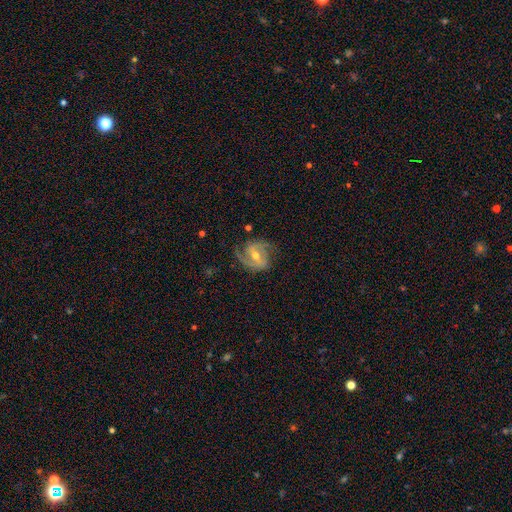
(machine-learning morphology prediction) The model was most divided on "bar": weak: 43%, strong: 30%, no: 26%. Remaining: edge-on disk — no (97%); spiral arms — yes (96%); smooth or featured — featured or disk (87%); spiral arm count — 2 (81%); merging — none (74%); bulge size — moderate (61%); spiral winding — medium (49%).